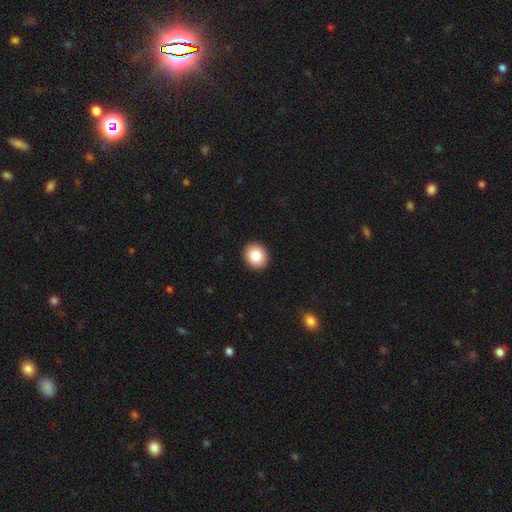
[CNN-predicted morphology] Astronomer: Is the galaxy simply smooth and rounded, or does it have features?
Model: smooth — 86%.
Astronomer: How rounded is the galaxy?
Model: round — 69%.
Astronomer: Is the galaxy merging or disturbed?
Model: none — 92%.